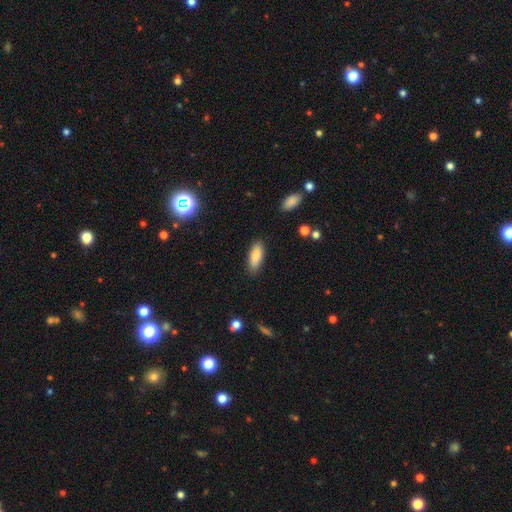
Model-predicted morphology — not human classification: This appears to be a smooth galaxy with no disk features (83%) that is in between round and cigar-shaped (72%). Merging: none (86%).